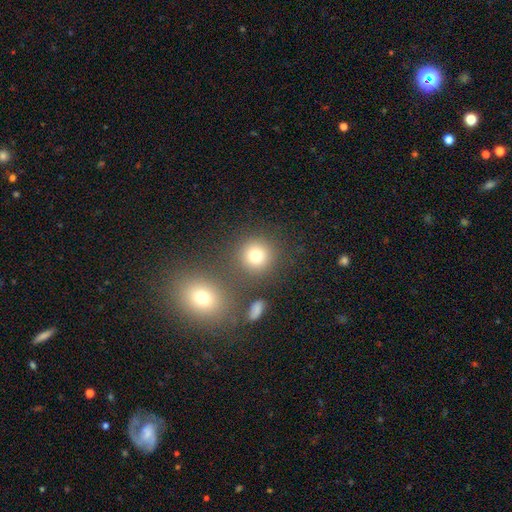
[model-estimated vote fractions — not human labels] Smooth or featured?
  - smooth: 76% *
  - star or artifact: 15%
  - featured or disk: 9%
How rounded?
  - round: 91% *
  - in between: 8%
  - cigar-shaped: 1%
Merging?
  - none: 80% *
  - merger: 8%
  - minor disturbance: 8%
  - major disturbance: 4%